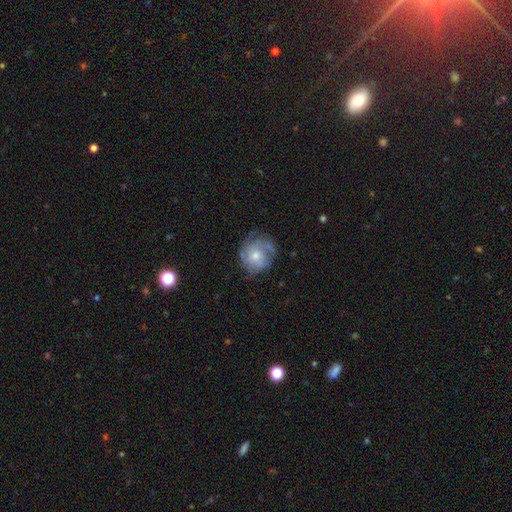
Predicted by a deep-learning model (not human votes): smooth_or_featured: featured or disk (p=0.62) [alt: smooth p=0.31]
disk_edge_on: no (p=0.98) [alt: yes p=0.02]
bar: no (p=0.80) [alt: weak p=0.17]
has_spiral_arms: yes (p=0.84) [alt: no p=0.16]
spiral_winding: tight (p=0.52) [alt: medium p=0.35]
spiral_arm_count: can't tell (p=0.39) [alt: 3 p=0.23]
bulge_size: moderate (p=0.52) [alt: small p=0.39]
merging: none (p=0.63) [alt: minor disturbance p=0.23]